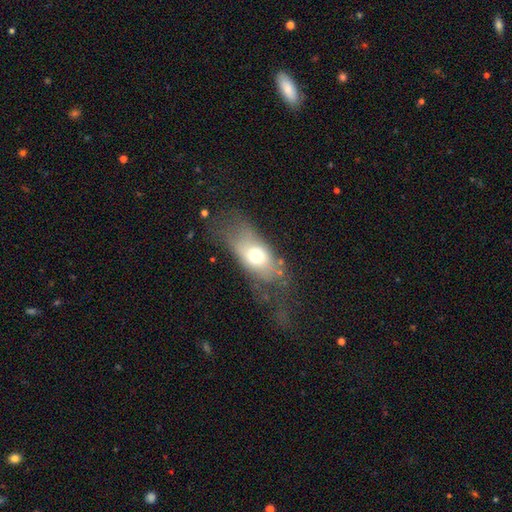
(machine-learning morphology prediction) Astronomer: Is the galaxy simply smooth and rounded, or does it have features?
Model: smooth — 63%.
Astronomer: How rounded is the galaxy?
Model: in between — 81%.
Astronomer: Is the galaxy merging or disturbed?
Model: none — 46% (runner-up: major disturbance, 28%).